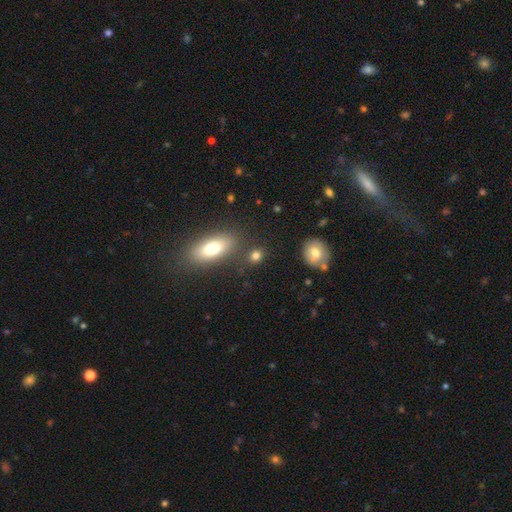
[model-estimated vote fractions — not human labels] Overall: smooth (81%). How rounded: round (55%; in between 41%). Merging: none (76%).